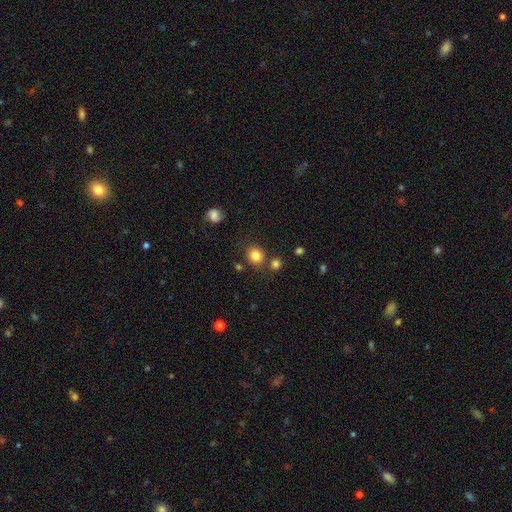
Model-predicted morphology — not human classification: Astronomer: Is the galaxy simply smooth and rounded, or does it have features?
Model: smooth — 83%.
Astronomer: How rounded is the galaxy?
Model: round — 81%.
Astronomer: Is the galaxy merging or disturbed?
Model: none — 76%.